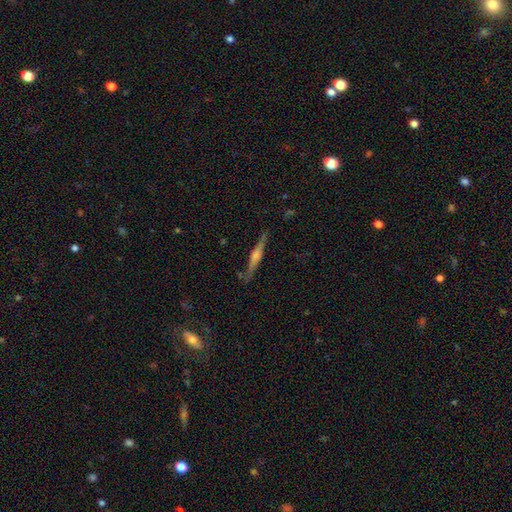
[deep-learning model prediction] Smooth or featured?
  - featured or disk: 73% *
  - smooth: 21%
  - star or artifact: 6%
Edge-on disk?
  - yes: 98% *
  - no: 2%
Edge-on bulge?
  - rounded: 76% *
  - boxy: 15%
  - none: 9%
Merging?
  - none: 86% *
  - minor disturbance: 10%
  - major disturbance: 2%
  - merger: 2%